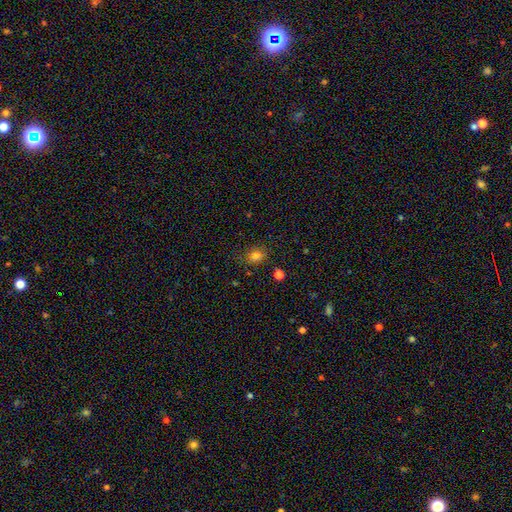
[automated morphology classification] A smooth galaxy with no disk features (80%) that is round (59%). Merging: none (80%).